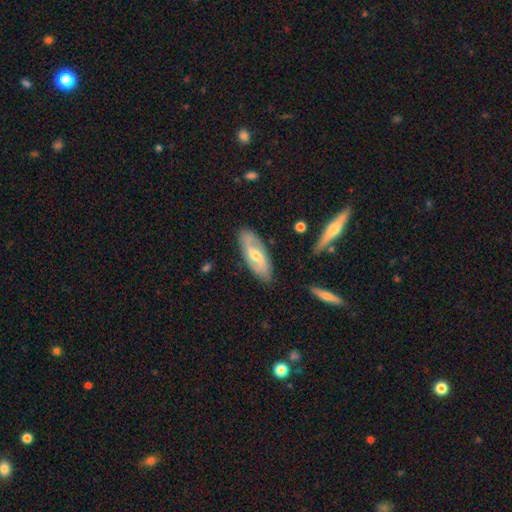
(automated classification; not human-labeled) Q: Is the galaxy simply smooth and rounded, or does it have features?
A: featured or disk — 69%.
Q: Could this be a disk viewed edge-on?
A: no — 88%.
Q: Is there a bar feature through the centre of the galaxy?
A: weak — 52%.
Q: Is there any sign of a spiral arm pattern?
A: yes — 88%.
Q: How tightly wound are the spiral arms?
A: loose — 45%.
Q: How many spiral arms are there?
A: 2 — 86%.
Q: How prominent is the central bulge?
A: moderate — 57%.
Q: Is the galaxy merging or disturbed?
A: none — 83%.